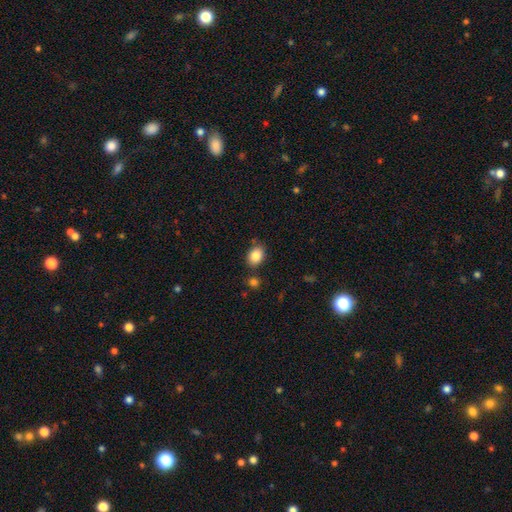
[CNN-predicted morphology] A smooth galaxy with no disk features (86%) that is in between round and cigar-shaped (69%).

Vote fractions:
- Smooth or featured? smooth: 86% / star or artifact: 9% / featured or disk: 6%
- How rounded? in between: 69% / round: 30% / cigar-shaped: 1%
- Merging? none: 79% / minor disturbance: 12% / merger: 6% / major disturbance: 3%